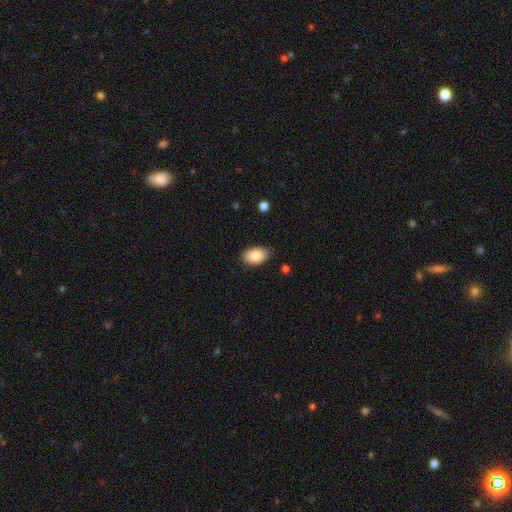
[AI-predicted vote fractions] Smooth or featured? Predicted: smooth (p=0.84). How rounded? Predicted: in between (p=0.92). Merging? Predicted: none (p=0.82).